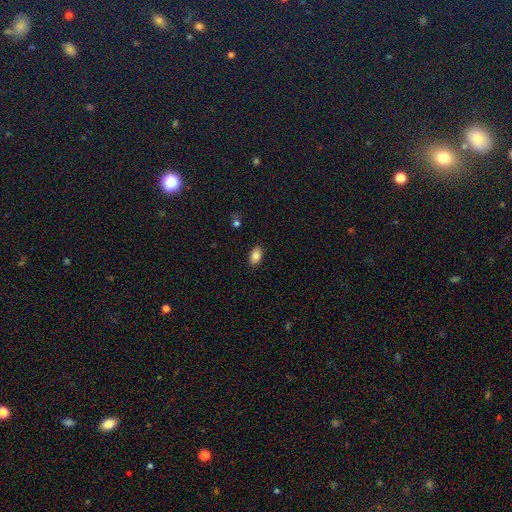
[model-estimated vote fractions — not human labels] This appears to be a smooth galaxy with no disk features (84%) that is in between round and cigar-shaped (92%). Merging: none (89%).